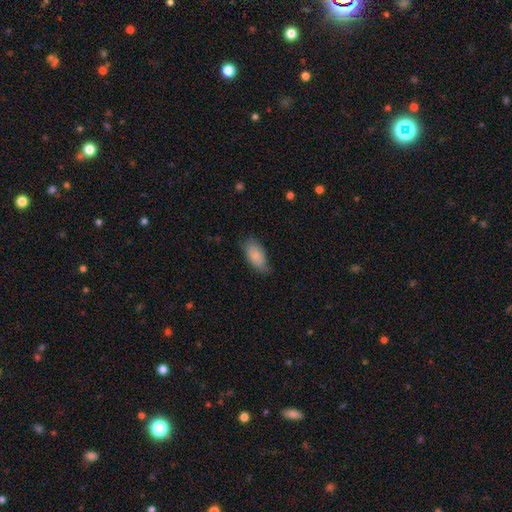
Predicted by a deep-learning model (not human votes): The model was most divided on "merging": none: 67%, minor disturbance: 26%, major disturbance: 5%, merger: 1%. More confident: how rounded — in between (92%); smooth or featured — smooth (84%).